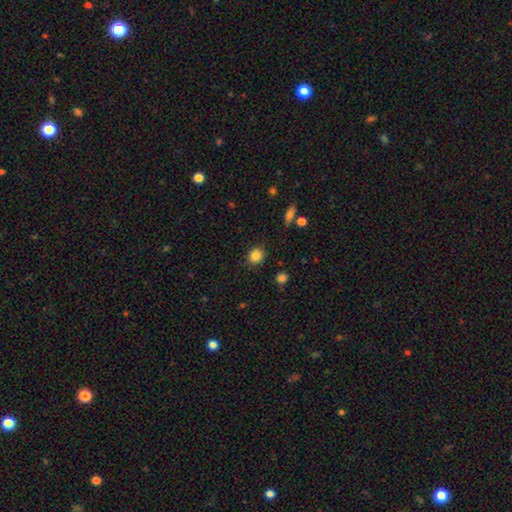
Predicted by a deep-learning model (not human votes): Morphology: type=smooth (85%); roundness=round (68%); merging=none (85%).